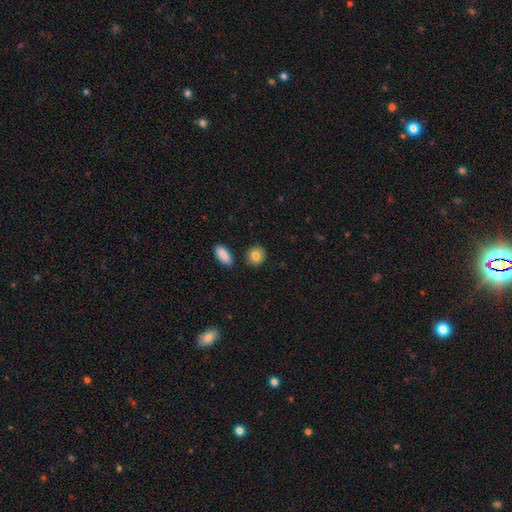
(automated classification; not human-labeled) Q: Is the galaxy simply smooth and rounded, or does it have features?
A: smooth — 85%.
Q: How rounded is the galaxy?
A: round — 68%.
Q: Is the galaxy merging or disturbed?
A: none — 85%.